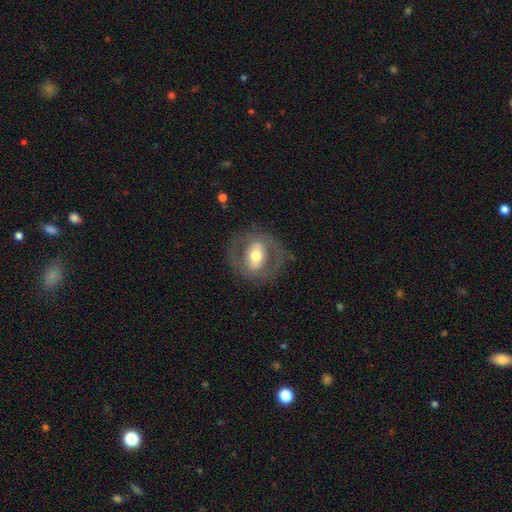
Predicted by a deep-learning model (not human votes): Overall: featured or disk (59%; smooth 35%). Edge-on disk: no (92%). Bar: no (36%; strong 35%). Spiral arms: no (76%). Bulge size: moderate (67%). Merging: none (76%).